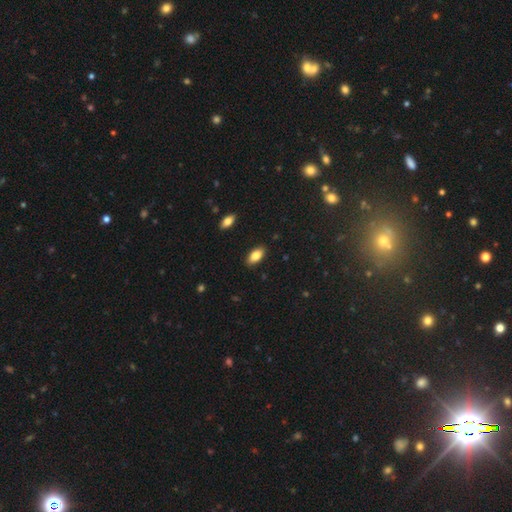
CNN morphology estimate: smooth-or-featured: smooth: 83% | featured or disk: 10% | star or artifact: 7%
  how-rounded: in between: 91% | cigar-shaped: 6% | round: 3%
  merging: none: 87% | minor disturbance: 9% | major disturbance: 2% | merger: 1%